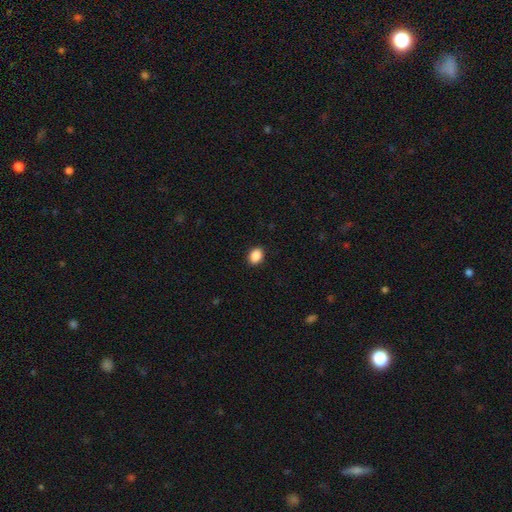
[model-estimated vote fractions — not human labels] Smooth or featured? smooth (90%)
How rounded? in between (63%)
Merging? none (90%)